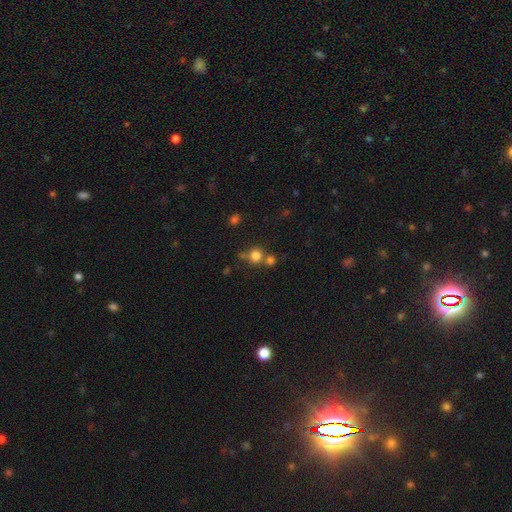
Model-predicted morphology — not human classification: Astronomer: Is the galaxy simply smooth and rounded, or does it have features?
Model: smooth — 77%.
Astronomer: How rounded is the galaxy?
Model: round — 89%.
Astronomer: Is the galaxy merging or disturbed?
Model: none — 56%.